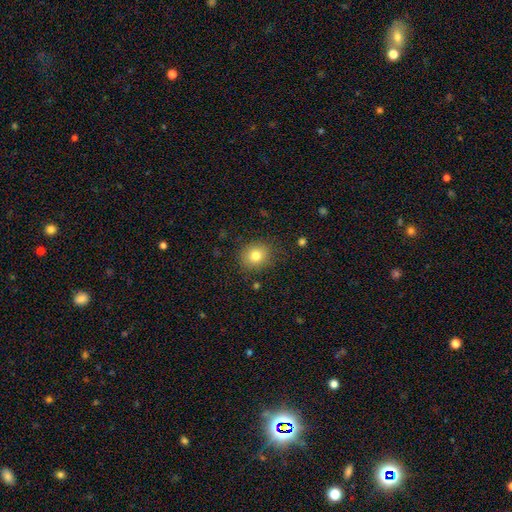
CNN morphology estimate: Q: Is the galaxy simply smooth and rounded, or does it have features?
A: smooth — 79%.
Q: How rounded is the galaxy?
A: round — 76%.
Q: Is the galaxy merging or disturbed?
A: none — 85%.